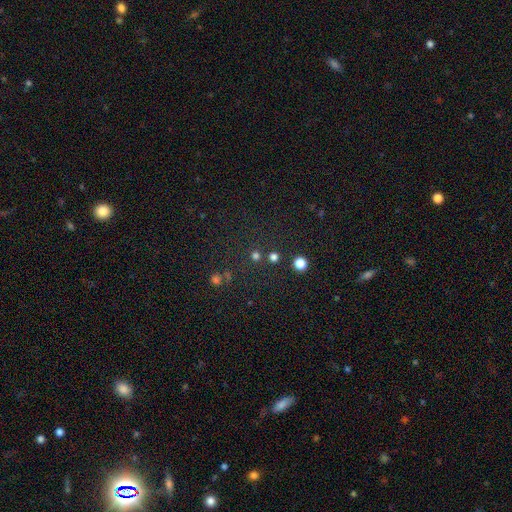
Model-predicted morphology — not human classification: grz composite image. It shows a smooth galaxy with no disk features (69%) that is round (92%). Merging: none (80%).